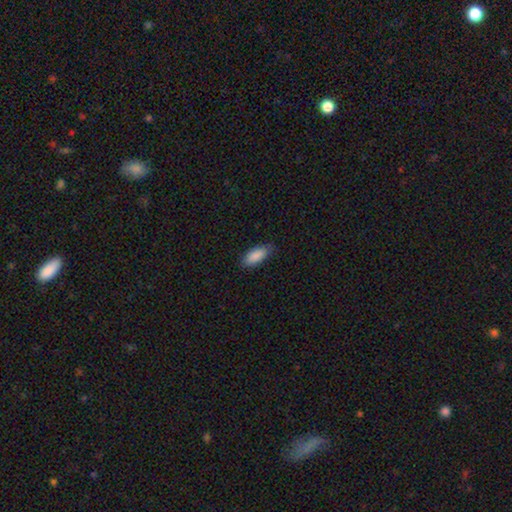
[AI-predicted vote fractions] smooth-or-featured: smooth: 90% | star or artifact: 6% | featured or disk: 4%
  how-rounded: in between: 81% | cigar-shaped: 17% | round: 2%
  merging: none: 82% | minor disturbance: 15% | major disturbance: 3% | merger: 1%